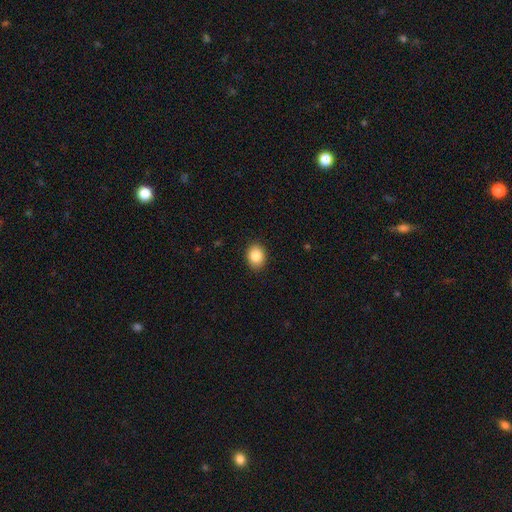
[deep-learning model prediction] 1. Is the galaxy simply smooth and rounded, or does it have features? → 86% smooth, 9% star or artifact, 6% featured or disk.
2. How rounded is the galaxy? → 50% round, 49% in between, 1% cigar-shaped.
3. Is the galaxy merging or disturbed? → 90% none, 7% minor disturbance, 2% major disturbance, 1% merger.